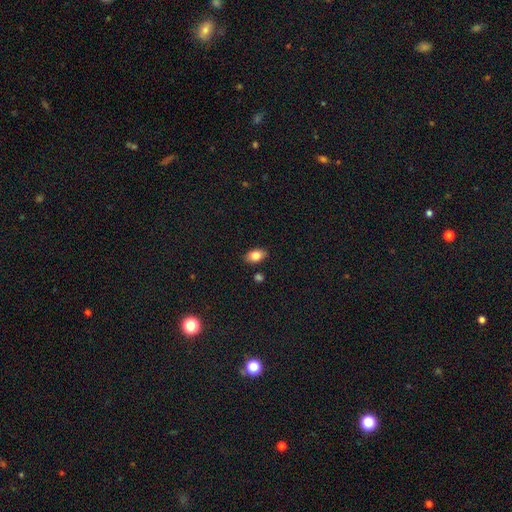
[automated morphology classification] This appears to be a smooth galaxy with no disk features (82%) that is in between round and cigar-shaped (88%). Merging: none (85%).